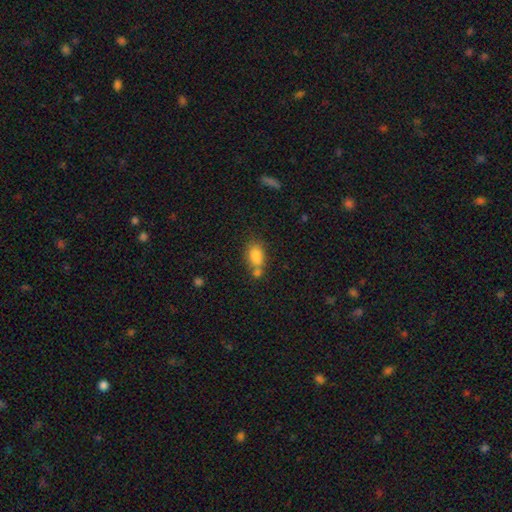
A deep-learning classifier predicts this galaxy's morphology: Smooth or featured?
  - smooth: 82% *
  - star or artifact: 9%
  - featured or disk: 9%
How rounded?
  - in between: 81% *
  - round: 17%
  - cigar-shaped: 3%
Merging?
  - none: 45% *
  - merger: 33%
  - minor disturbance: 16%
  - major disturbance: 6%